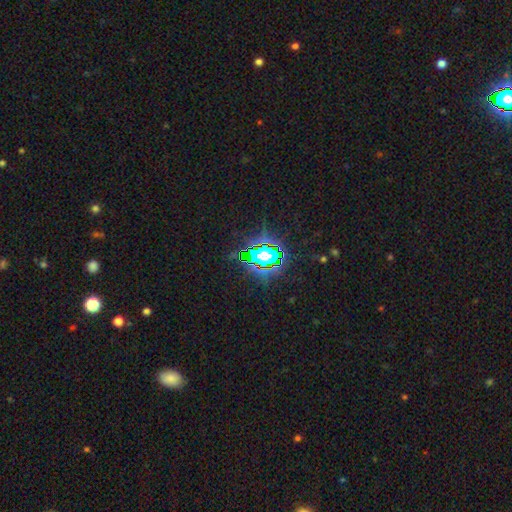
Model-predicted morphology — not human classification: type=star or artifact (82%).